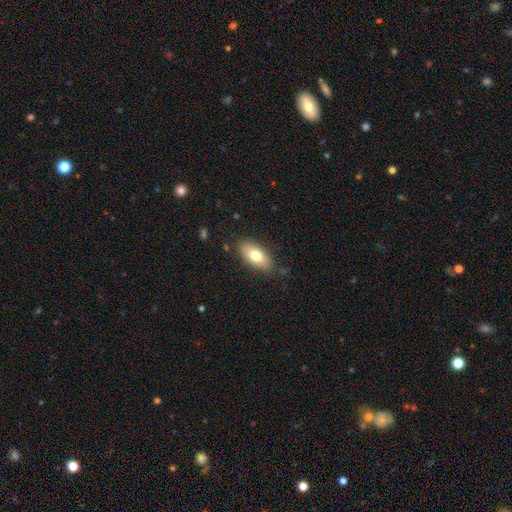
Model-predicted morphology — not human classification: Smooth or featured: smooth — 74% (featured or disk — 19%)
How rounded: in between — 89% (cigar-shaped — 7%)
Merging: none — 84% (minor disturbance — 12%)